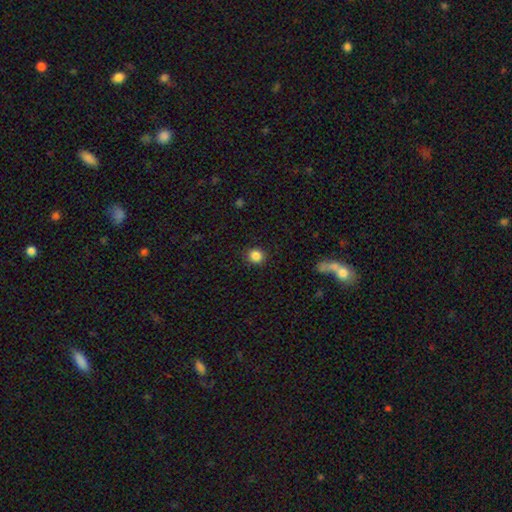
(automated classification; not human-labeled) smooth 86%, star or artifact 11%, featured or disk 3%. Down the decision tree: how rounded — round (90%); merging — none (91%).